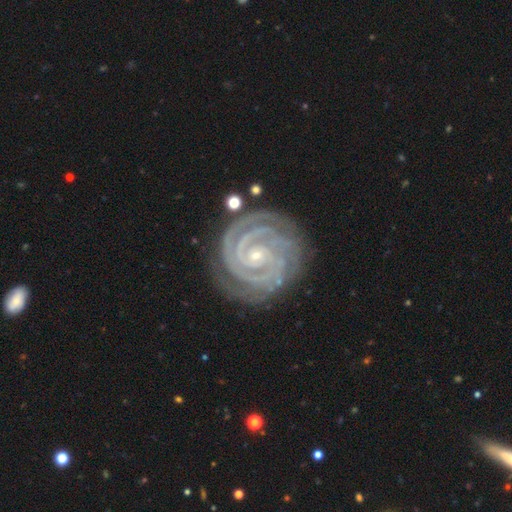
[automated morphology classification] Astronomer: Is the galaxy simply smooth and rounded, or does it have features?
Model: featured or disk — 93%.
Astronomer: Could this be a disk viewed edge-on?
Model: no — 98%.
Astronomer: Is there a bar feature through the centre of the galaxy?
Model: no — 60%.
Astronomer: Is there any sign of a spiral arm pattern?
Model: yes — 99%.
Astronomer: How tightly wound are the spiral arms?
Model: tight — 89%.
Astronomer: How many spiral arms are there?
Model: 2 — 38% (runner-up: 3, 25%).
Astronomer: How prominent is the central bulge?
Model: small — 86%.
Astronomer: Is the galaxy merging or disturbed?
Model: none — 80%.